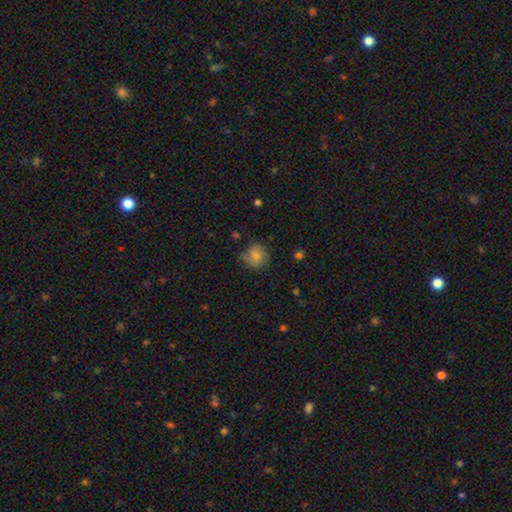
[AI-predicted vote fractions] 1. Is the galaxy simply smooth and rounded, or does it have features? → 65% smooth, 26% featured or disk, 9% star or artifact.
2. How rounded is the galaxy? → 75% round, 24% in between, 1% cigar-shaped.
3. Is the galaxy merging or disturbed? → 61% none, 25% minor disturbance, 11% major disturbance, 2% merger.